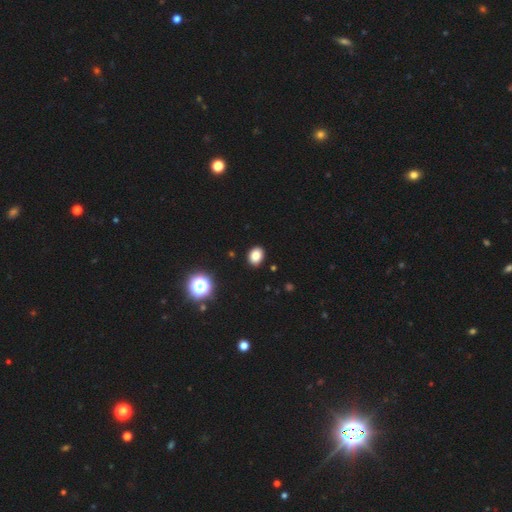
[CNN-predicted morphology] This is clearly a smooth galaxy (84%). How rounded: likely in between (64%). Merging: clearly none (89%).